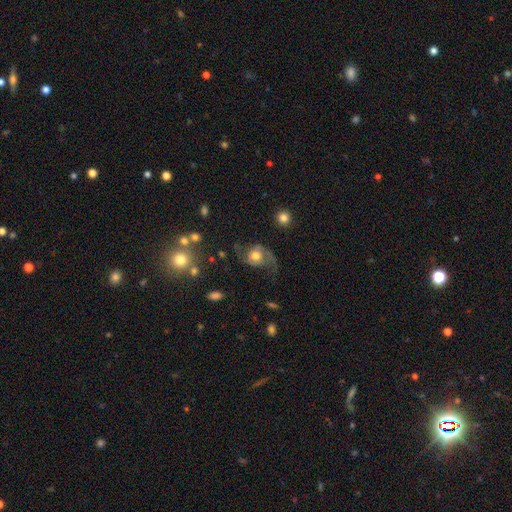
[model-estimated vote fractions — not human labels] Smooth or featured? featured or disk (66%)
Edge-on disk? no (97%)
Bar? no (72%)
Spiral arms? yes (88%)
Spiral winding? loose (55%)
Spiral arm count? 2 (69%)
Bulge size? moderate (60%)
Merging? none (40%)